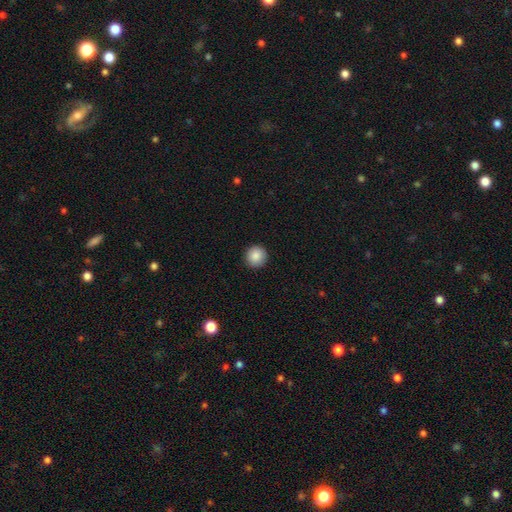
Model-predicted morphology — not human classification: Smooth or featured: smooth — 87% (star or artifact — 9%)
How rounded: round — 95% (in between — 4%)
Merging: none — 92% (minor disturbance — 5%)